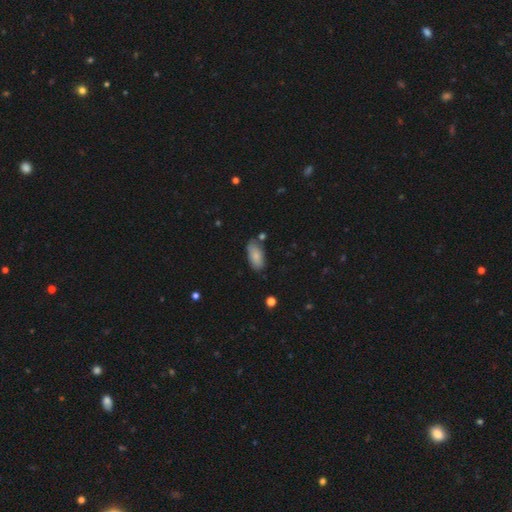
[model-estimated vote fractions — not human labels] Smooth or featured: smooth — 84% (featured or disk — 9%)
How rounded: in between — 90% (cigar-shaped — 8%)
Merging: none — 73% (minor disturbance — 19%)